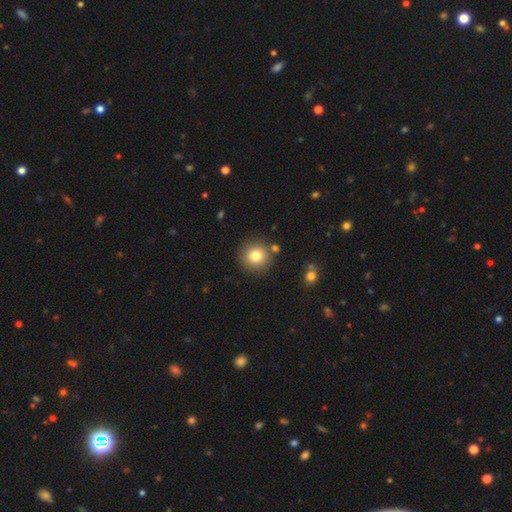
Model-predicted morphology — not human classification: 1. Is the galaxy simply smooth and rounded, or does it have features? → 79% smooth, 11% star or artifact, 10% featured or disk.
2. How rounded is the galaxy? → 93% round, 6% in between, 1% cigar-shaped.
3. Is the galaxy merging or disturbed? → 85% none, 7% minor disturbance, 5% merger, 3% major disturbance.